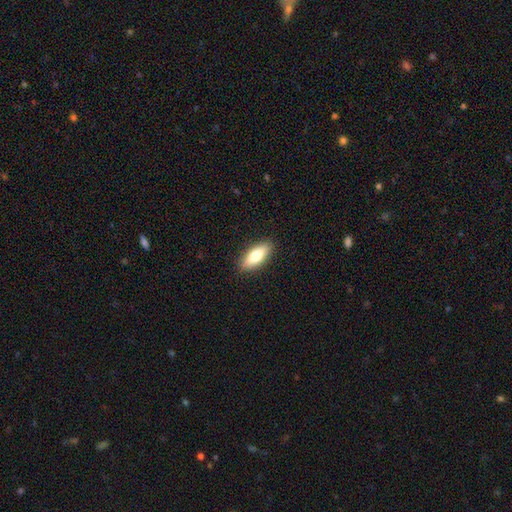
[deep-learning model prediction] Overall: smooth (76%). How rounded: in between (77%). Merging: none (89%).